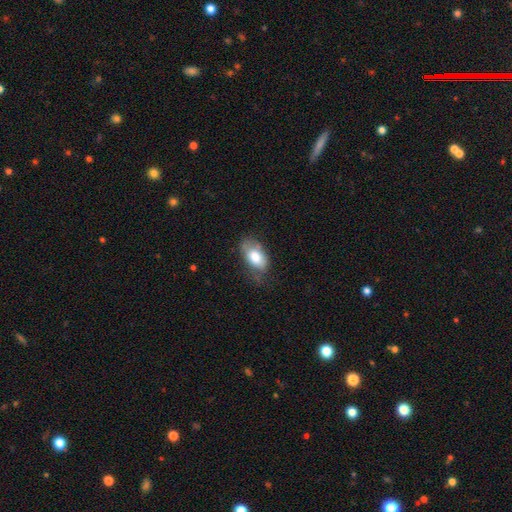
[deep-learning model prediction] smooth 75%, featured or disk 18%, star or artifact 7%. Down the decision tree: how rounded — in between (92%); merging — none (50%).